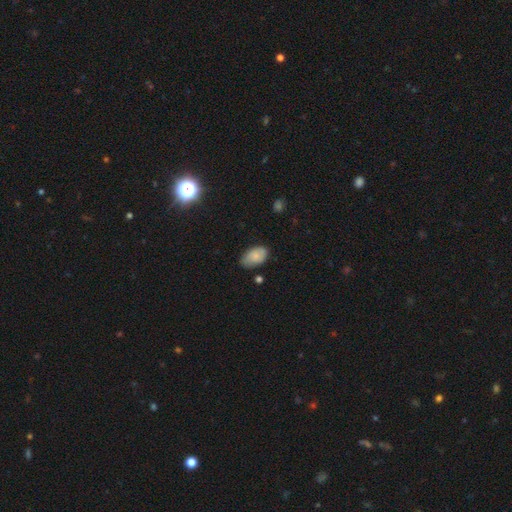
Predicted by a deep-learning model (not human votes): Overall: smooth (73%). How rounded: in between (91%). Merging: none (66%; minor disturbance 27%).